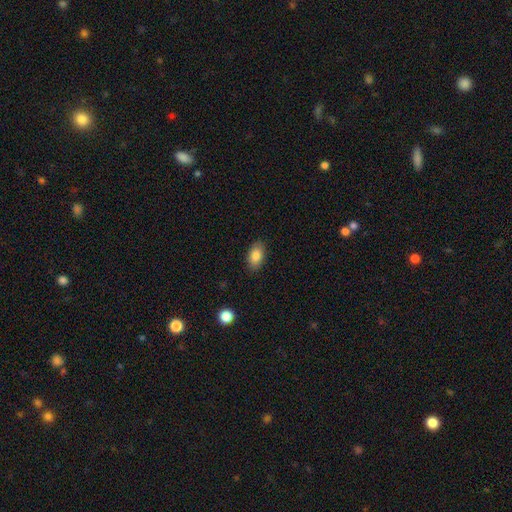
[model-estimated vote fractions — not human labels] smooth-or-featured: smooth: 85% | featured or disk: 8% | star or artifact: 7%
  how-rounded: in between: 92% | round: 6% | cigar-shaped: 2%
  merging: none: 87% | minor disturbance: 10% | major disturbance: 2% | merger: 1%